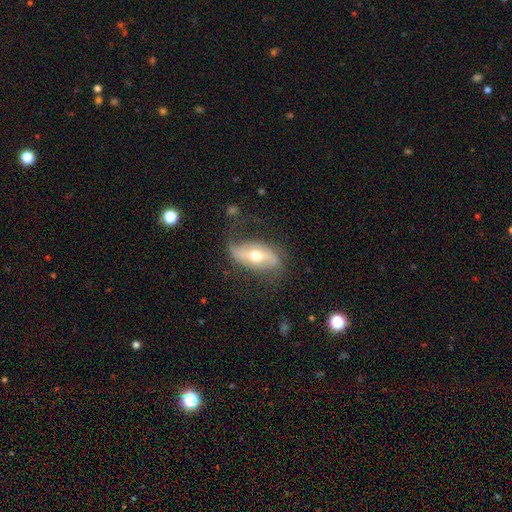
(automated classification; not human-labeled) Smooth or featured: featured or disk — 68% (smooth — 26%)
Edge-on disk: no — 86% (yes — 14%)
Bar: strong — 36% (tied with no — 36%)
Spiral arms: yes — 79% (no — 21%)
Bulge size: moderate — 65% (small — 28%)
Merging: none — 63% (minor disturbance — 23%)